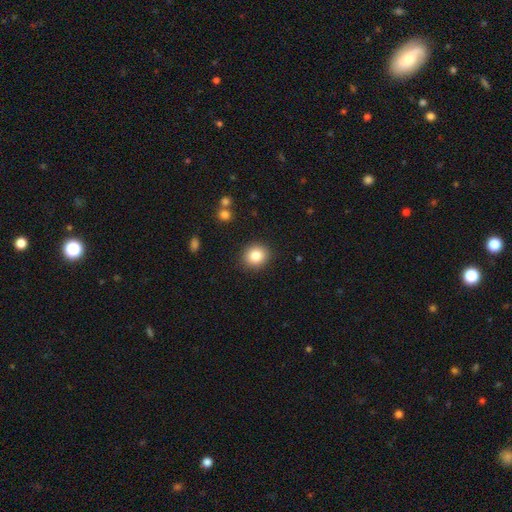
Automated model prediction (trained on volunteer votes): A smooth galaxy with no disk features (84%) that is round (79%). Merging: none (90%).